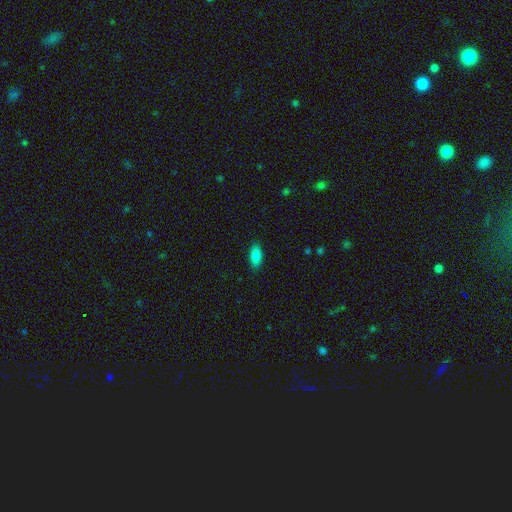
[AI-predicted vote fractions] smooth-or-featured: smooth: 86% | star or artifact: 8% | featured or disk: 7%
  how-rounded: in between: 86% | cigar-shaped: 11% | round: 2%
  merging: none: 89% | minor disturbance: 9% | major disturbance: 2% | merger: 1%